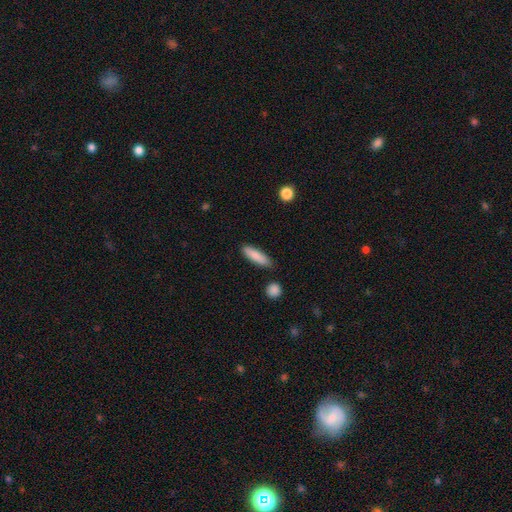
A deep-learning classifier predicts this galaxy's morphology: The model was most divided on "how rounded": cigar-shaped: 64%, in between: 34%, round: 2%. More confident: smooth or featured — smooth (86%); merging — none (83%).